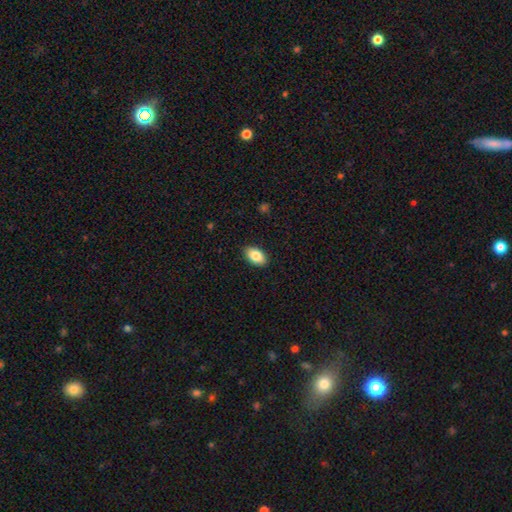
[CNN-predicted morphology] smooth 85%, featured or disk 8%, star or artifact 7%. Down the decision tree: how rounded — in between (92%); merging — none (89%).